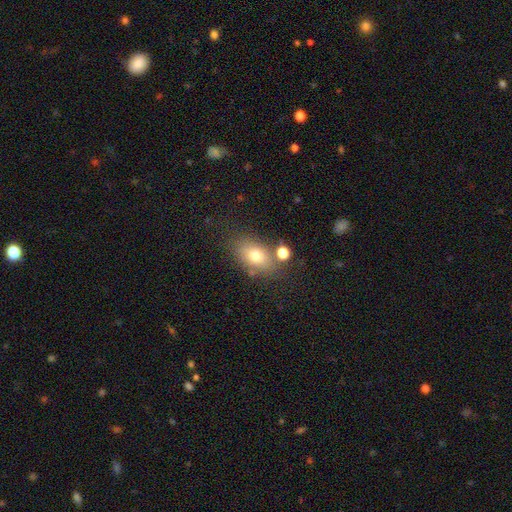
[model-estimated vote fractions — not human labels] smooth_or_featured: smooth (p=0.75) [alt: featured or disk p=0.14]
how_rounded: in between (p=0.81) [alt: round p=0.17]
merging: none (p=0.70) [alt: minor disturbance p=0.15]